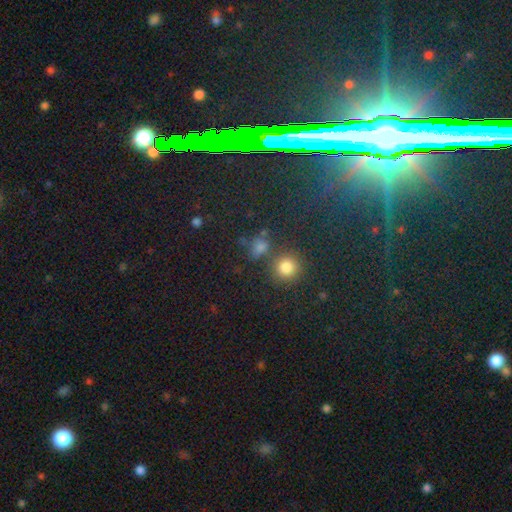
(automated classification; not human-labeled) A star or artifact, not a galaxy (64%).

Vote fractions:
- Smooth or featured? star or artifact: 64% / smooth: 25% / featured or disk: 11%